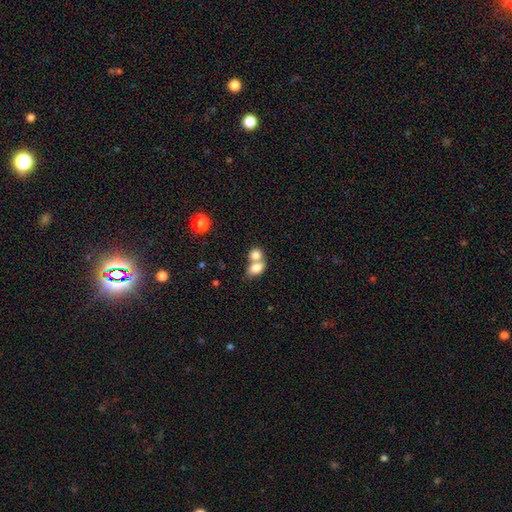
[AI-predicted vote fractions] Q: Smooth or featured?
A: smooth (79%); runner-up: featured or disk (12%)
Q: How rounded?
A: in between (62%); runner-up: round (36%)
Q: Merging?
A: merger (66%); runner-up: none (25%)